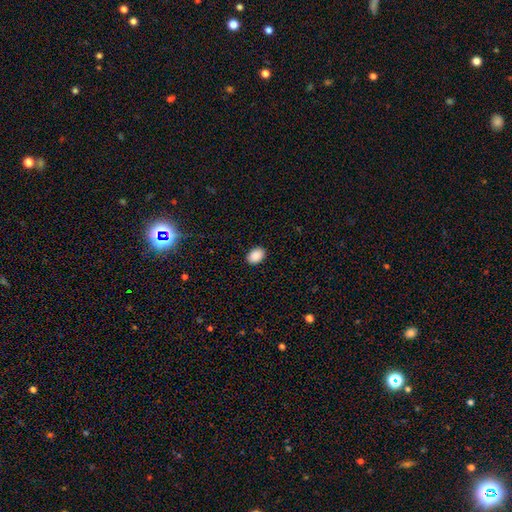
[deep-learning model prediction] Smooth or featured: smooth — 90% (star or artifact — 8%)
How rounded: in between — 78% (round — 21%)
Merging: none — 90% (minor disturbance — 8%)